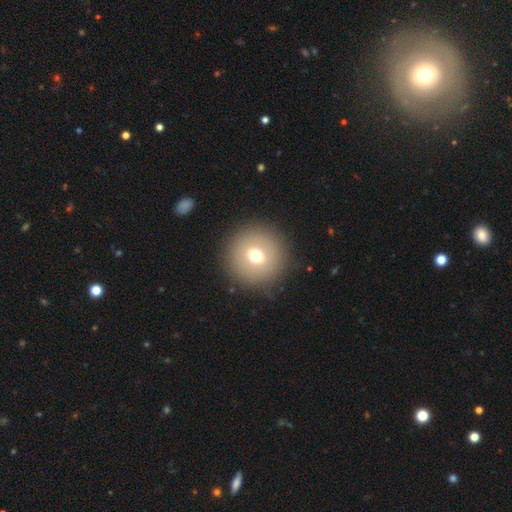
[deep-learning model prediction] Smooth or featured? smooth (68%)
How rounded? round (95%)
Merging? none (88%)